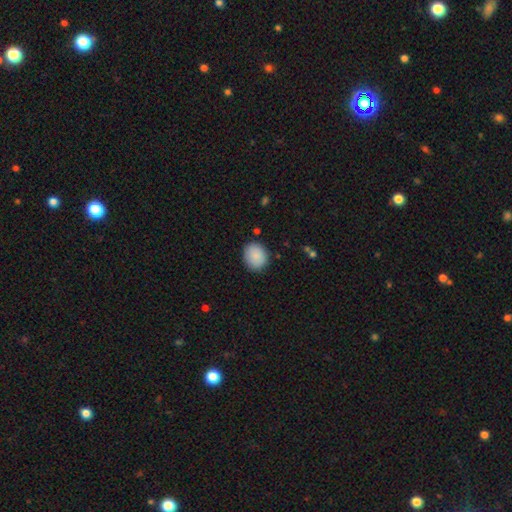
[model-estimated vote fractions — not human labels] This is clearly a smooth galaxy (89%). How rounded: likely round (64%). Merging: clearly none (86%).